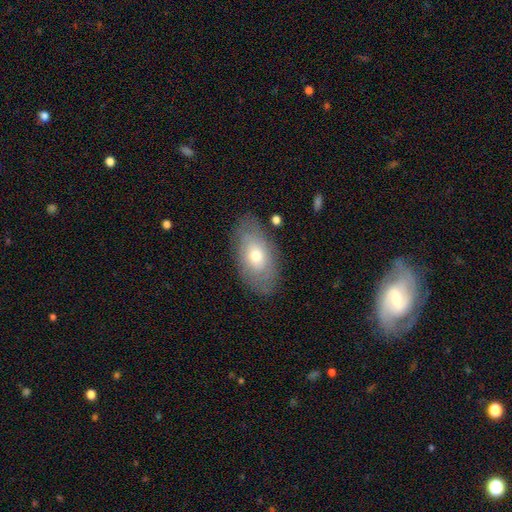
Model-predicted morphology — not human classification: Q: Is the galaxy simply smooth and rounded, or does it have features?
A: smooth — 53%.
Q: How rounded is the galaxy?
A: in between — 91%.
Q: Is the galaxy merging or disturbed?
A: none — 80%.